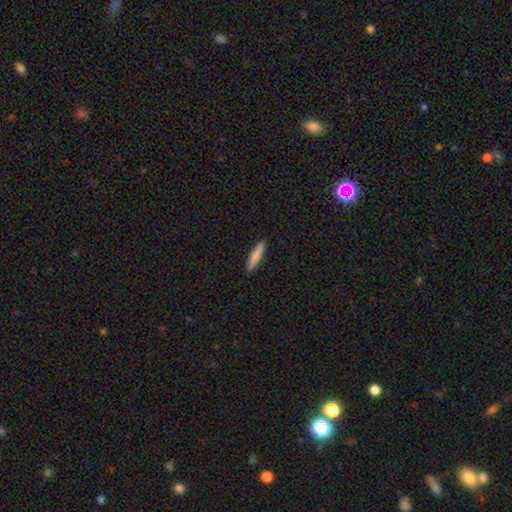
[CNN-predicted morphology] type=smooth (82%); roundness=cigar-shaped (89%); merging=none (91%).